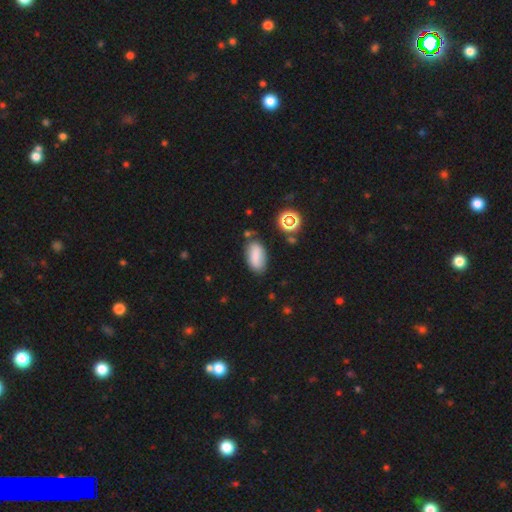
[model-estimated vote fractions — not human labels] A smooth galaxy with no disk features (78%) that is in between round and cigar-shaped (88%).

Vote fractions:
- Smooth or featured? smooth: 78% / featured or disk: 13% / star or artifact: 9%
- How rounded? in between: 88% / cigar-shaped: 8% / round: 4%
- Merging? none: 71% / minor disturbance: 19% / merger: 5% / major disturbance: 5%